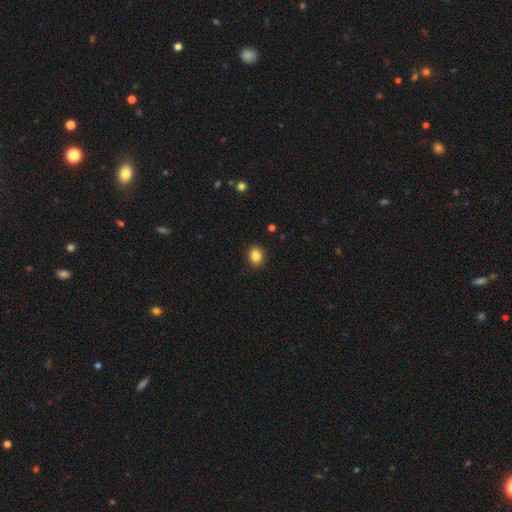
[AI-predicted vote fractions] Smooth or featured: smooth — 86% (star or artifact — 10%)
How rounded: in between — 50% (round — 49%)
Merging: none — 90% (minor disturbance — 7%)